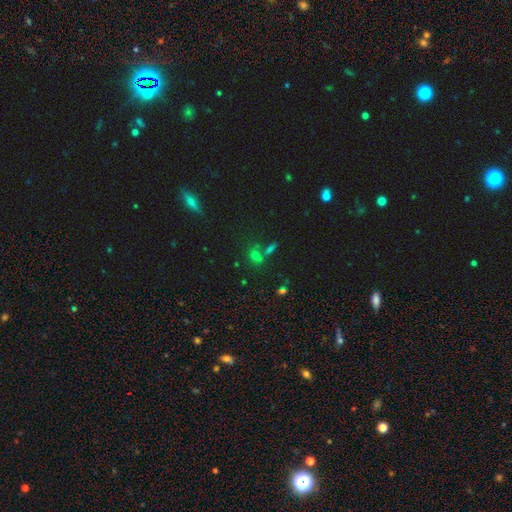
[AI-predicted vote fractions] A smooth galaxy with no disk features (58%) that is in between round and cigar-shaped (51%). Merging: none (52%).